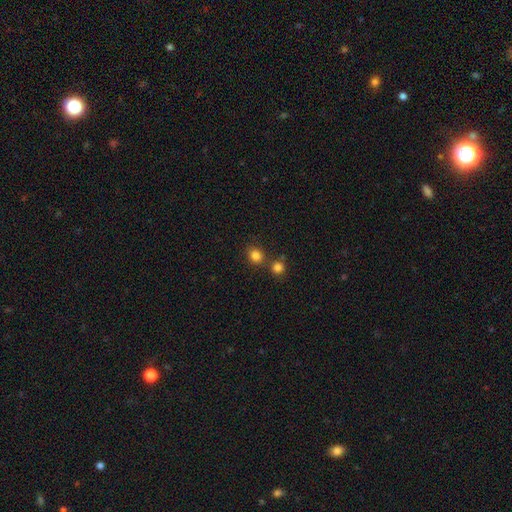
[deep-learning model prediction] This is clearly a smooth galaxy (82%). How rounded: clearly round (83%). Merging: likely none (70%).